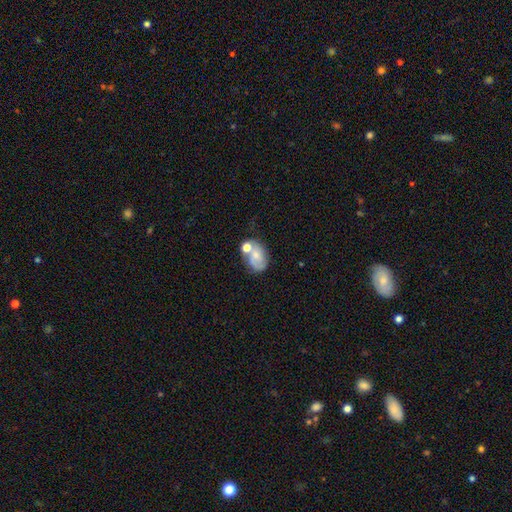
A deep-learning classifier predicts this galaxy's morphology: This appears to be a featured or disk galaxy (47%). Merging: none (38%).